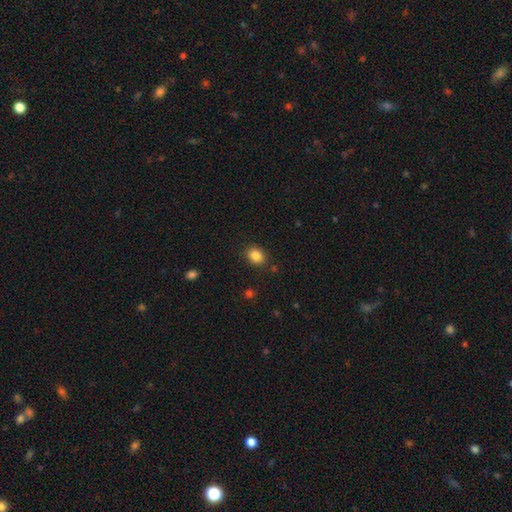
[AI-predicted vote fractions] Overall: smooth (85%). How rounded: in between (51%; round 49%). Merging: none (86%).